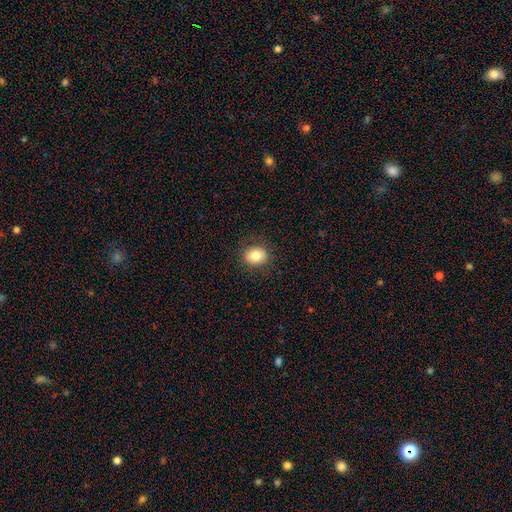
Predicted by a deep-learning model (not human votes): Smooth or featured?
  - smooth: 81% *
  - featured or disk: 10%
  - star or artifact: 9%
How rounded?
  - round: 60% *
  - in between: 39%
  - cigar-shaped: 1%
Merging?
  - none: 87% *
  - minor disturbance: 9%
  - major disturbance: 3%
  - merger: 1%